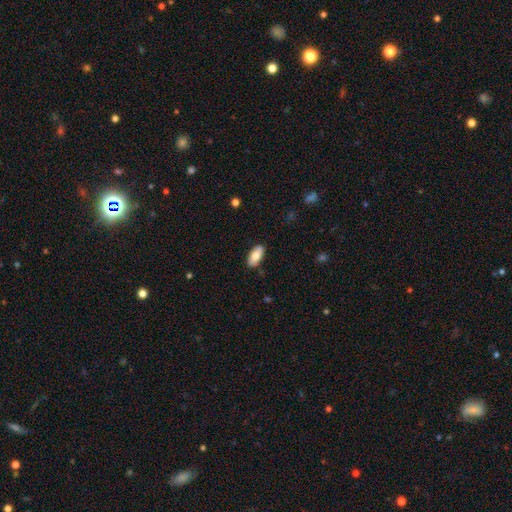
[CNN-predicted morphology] The model was most divided on "smooth or featured": smooth: 81%, featured or disk: 13%, star or artifact: 6%. More confident: how rounded — in between (91%); merging — none (87%).